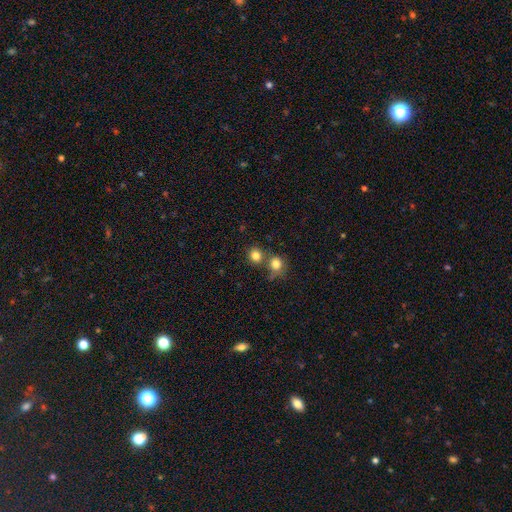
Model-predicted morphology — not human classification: This is clearly a smooth galaxy (81%). How rounded: clearly round (86%). Merging: likely none (62%).